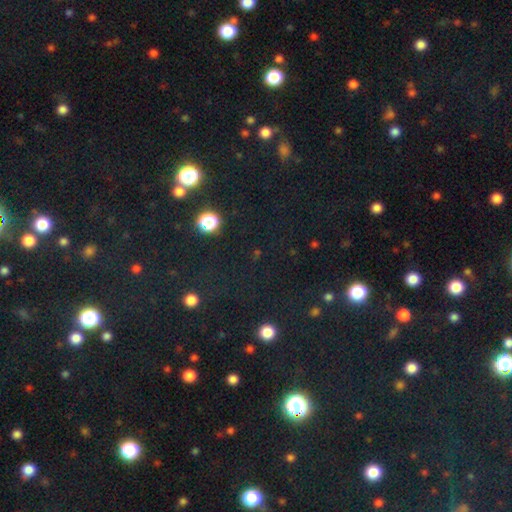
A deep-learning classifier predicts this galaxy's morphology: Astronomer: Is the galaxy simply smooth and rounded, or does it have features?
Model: star or artifact — 72%.